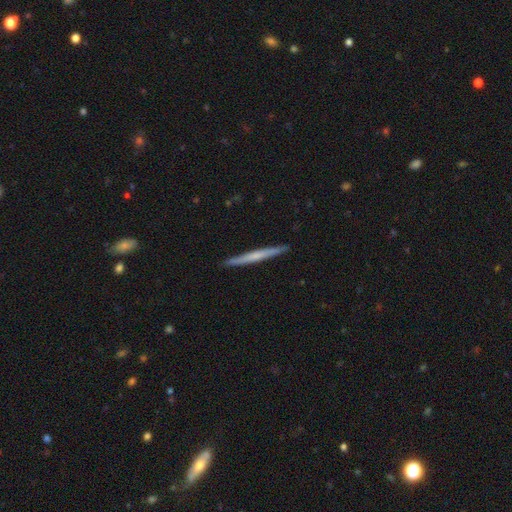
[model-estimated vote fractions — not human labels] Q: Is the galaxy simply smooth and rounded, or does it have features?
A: featured or disk — 50%.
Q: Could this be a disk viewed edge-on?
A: yes — 97%.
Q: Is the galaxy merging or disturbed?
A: none — 92%.